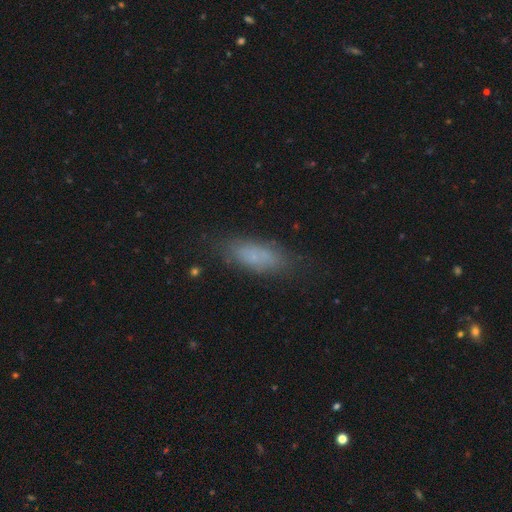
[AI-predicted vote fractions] Smooth or featured: smooth — 71% (featured or disk — 19%)
How rounded: in between — 68% (cigar-shaped — 29%)
Merging: none — 71% (minor disturbance — 19%)